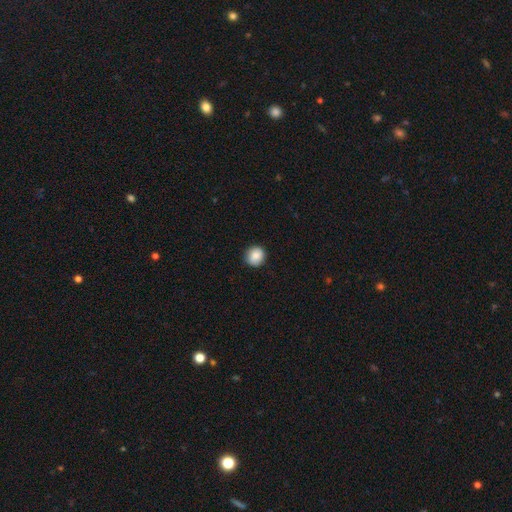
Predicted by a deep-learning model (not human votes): smooth 86%, star or artifact 8%, featured or disk 6%. Down the decision tree: how rounded — round (91%); merging — none (88%).